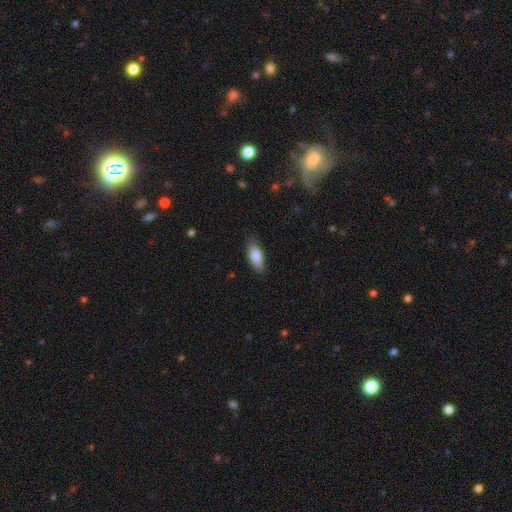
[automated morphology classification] Q: Smooth or featured?
A: smooth (85%); runner-up: featured or disk (9%)
Q: How rounded?
A: in between (81%); runner-up: cigar-shaped (16%)
Q: Merging?
A: none (83%); runner-up: minor disturbance (13%)